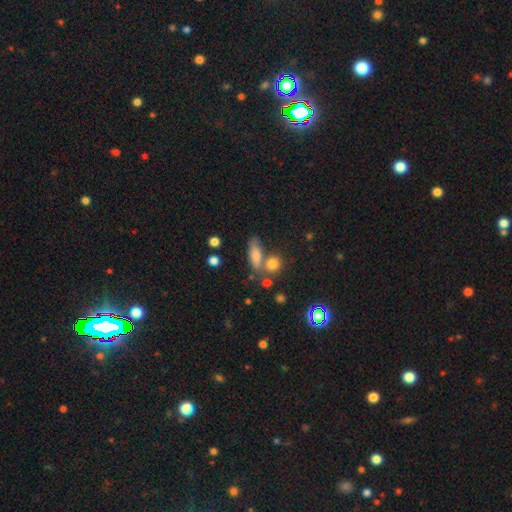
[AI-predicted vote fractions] smooth_or_featured: smooth (p=0.76) [alt: featured or disk p=0.14]
how_rounded: in between (p=0.60) [alt: cigar-shaped p=0.33]
merging: none (p=0.54) [alt: merger p=0.25]